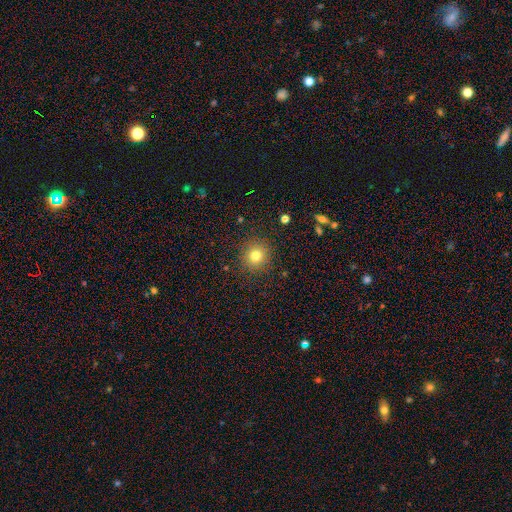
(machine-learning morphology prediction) Smooth or featured?
  - smooth: 78% *
  - star or artifact: 14%
  - featured or disk: 8%
How rounded?
  - round: 91% *
  - in between: 8%
  - cigar-shaped: 1%
Merging?
  - none: 89% *
  - minor disturbance: 7%
  - major disturbance: 3%
  - merger: 1%